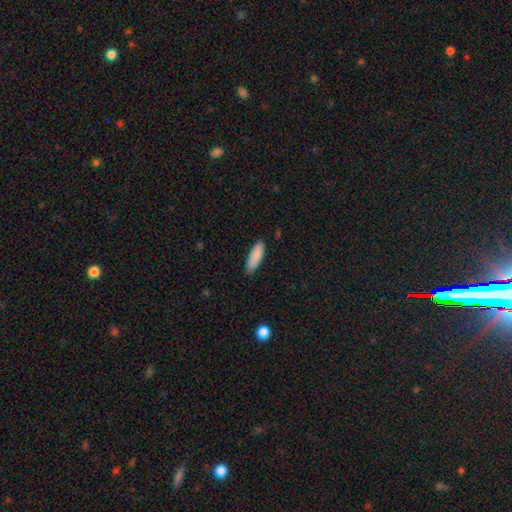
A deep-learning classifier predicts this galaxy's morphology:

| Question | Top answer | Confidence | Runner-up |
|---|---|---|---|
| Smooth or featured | smooth | 89% | star or artifact (6%) |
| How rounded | cigar-shaped | 52% | in between (46%) |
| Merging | none | 87% | minor disturbance (10%) |